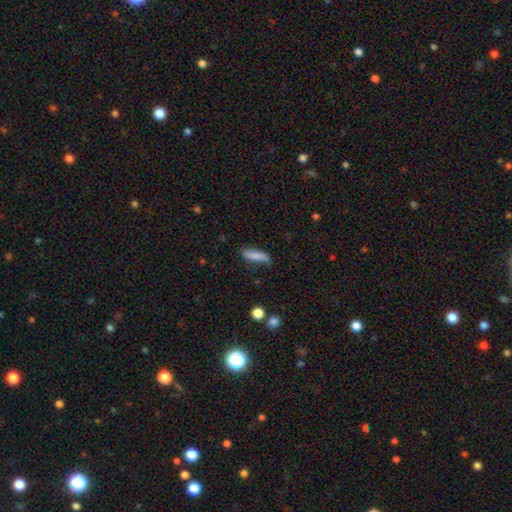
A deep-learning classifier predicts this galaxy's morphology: Smooth or featured? Predicted: smooth (p=0.78). How rounded? Predicted: cigar-shaped (p=0.58). Merging? Predicted: none (p=0.67).